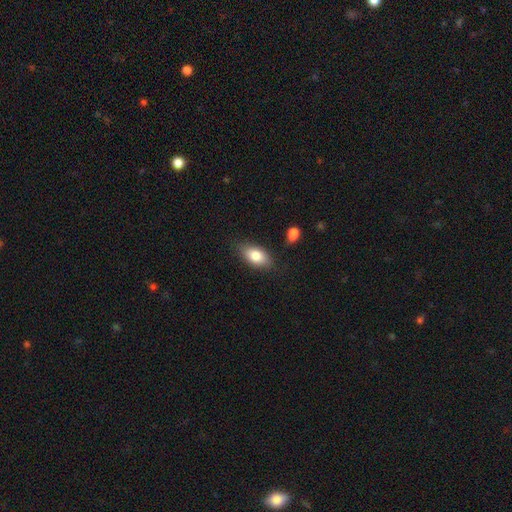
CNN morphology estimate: Smooth or featured?
  - smooth: 81% *
  - featured or disk: 12%
  - star or artifact: 7%
How rounded?
  - in between: 90% *
  - round: 6%
  - cigar-shaped: 4%
Merging?
  - none: 79% *
  - minor disturbance: 15%
  - major disturbance: 3%
  - merger: 3%